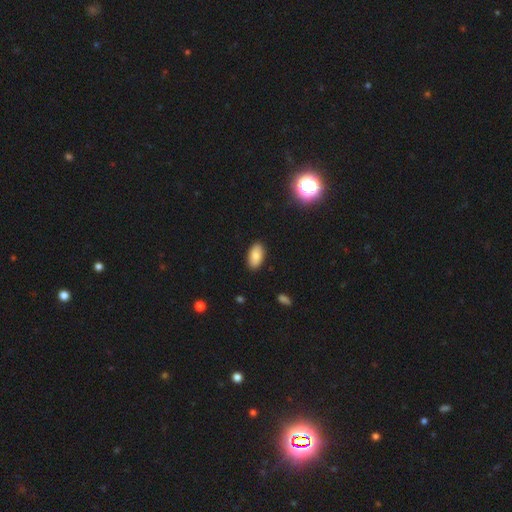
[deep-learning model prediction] A smooth galaxy with no disk features (82%) that is in between round and cigar-shaped (94%).

Vote fractions:
- Smooth or featured? smooth: 82% / featured or disk: 10% / star or artifact: 8%
- How rounded? in between: 94% / round: 3% / cigar-shaped: 3%
- Merging? none: 89% / minor disturbance: 8% / major disturbance: 2% / merger: 1%